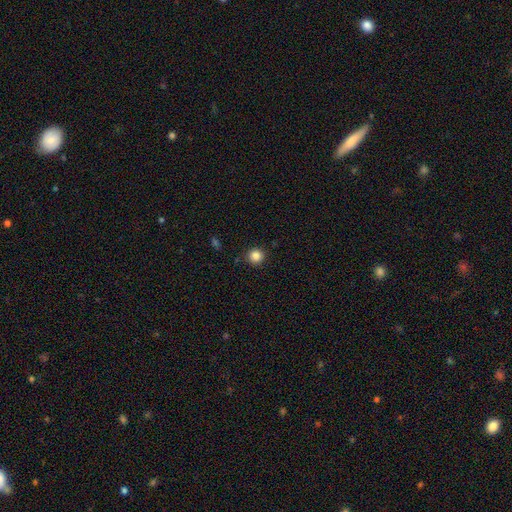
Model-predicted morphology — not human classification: Smooth or featured? Predicted: smooth (p=0.85). How rounded? Predicted: round (p=0.94). Merging? Predicted: none (p=0.90).